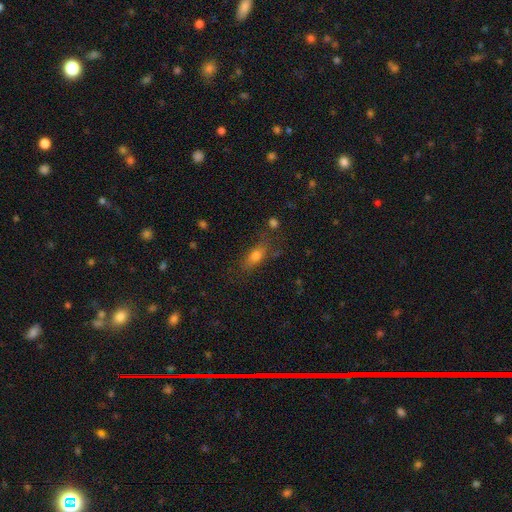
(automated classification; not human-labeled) A smooth galaxy with no disk features (71%) that is in between round and cigar-shaped (69%). Merging: none (67%).